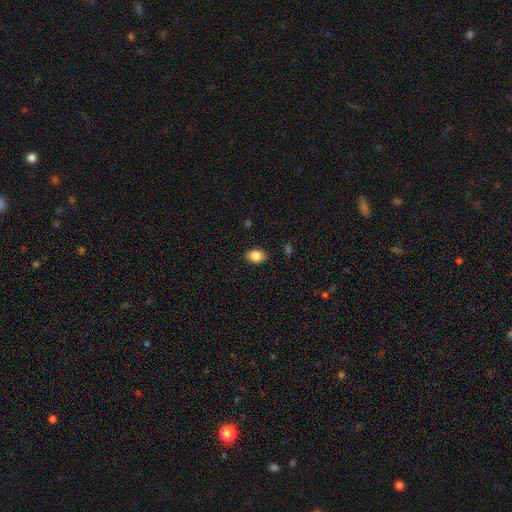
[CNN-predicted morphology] Smooth or featured: smooth — 85% (star or artifact — 8%)
How rounded: in between — 77% (round — 22%)
Merging: none — 89% (minor disturbance — 8%)